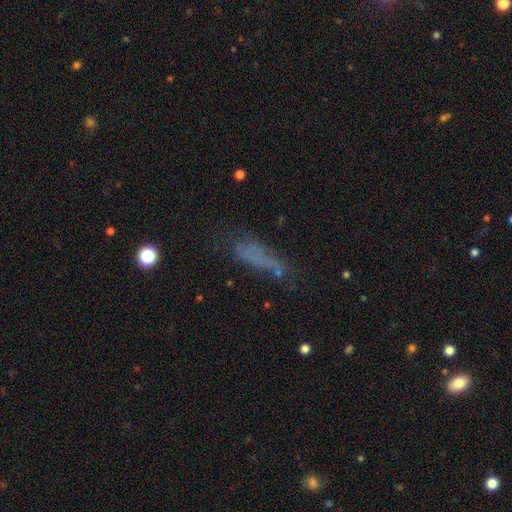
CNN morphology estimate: This appears to be a smooth galaxy with no disk features (55%) that is cigar-shaped (53%). Merging: none (46%).